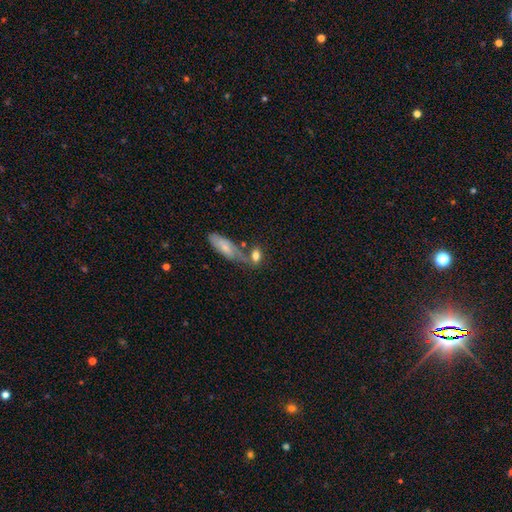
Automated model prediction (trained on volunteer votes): Smooth or featured?
  - smooth: 75% *
  - featured or disk: 15%
  - star or artifact: 10%
How rounded?
  - in between: 67% *
  - round: 20%
  - cigar-shaped: 13%
Merging?
  - none: 51% *
  - merger: 27%
  - minor disturbance: 15%
  - major disturbance: 6%